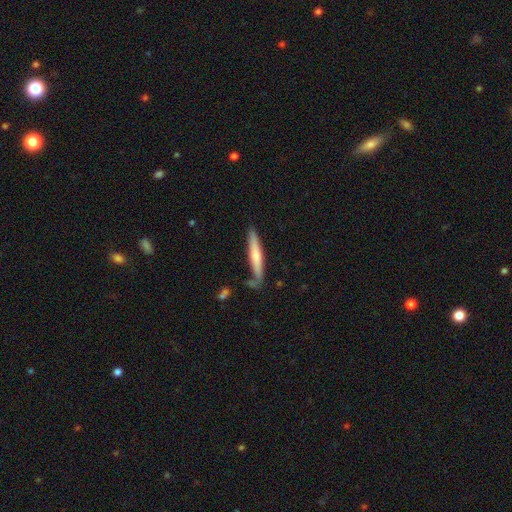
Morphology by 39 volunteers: A smooth galaxy with no disk features (67%) that is cigar-shaped (100%). Merging: none (62%).